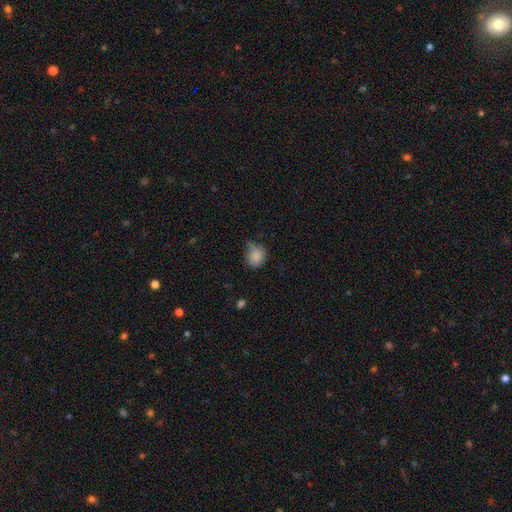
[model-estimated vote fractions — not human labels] Smooth or featured? Predicted: smooth (p=0.84). How rounded? Predicted: round (p=0.67). Merging? Predicted: none (p=0.47).